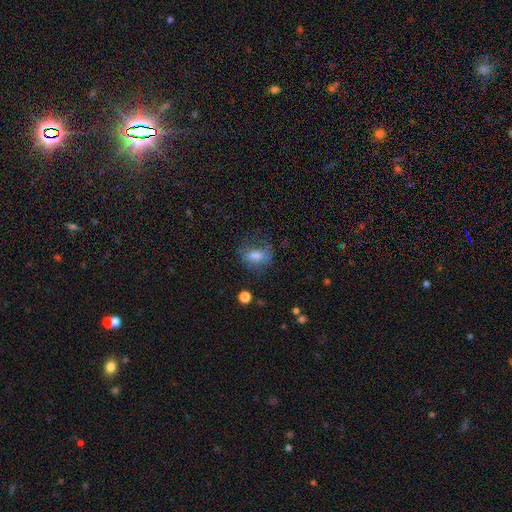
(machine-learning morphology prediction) A smooth galaxy with no disk features (64%) that is in between round and cigar-shaped (68%). Merging: none (55%).